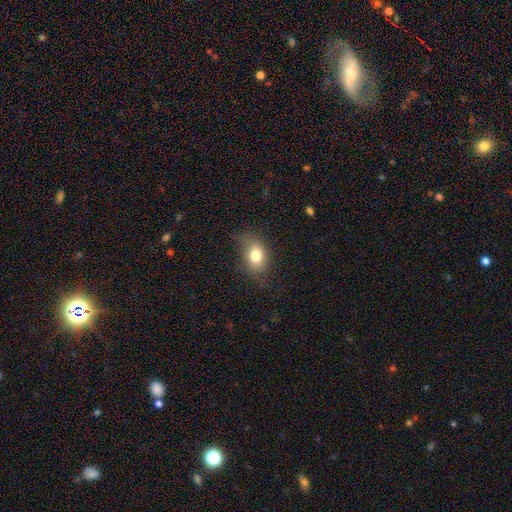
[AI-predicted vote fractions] The model was most divided on "merging": none: 66%, minor disturbance: 24%, major disturbance: 9%, merger: 1%. More confident: how rounded — in between (78%); smooth or featured — smooth (77%).